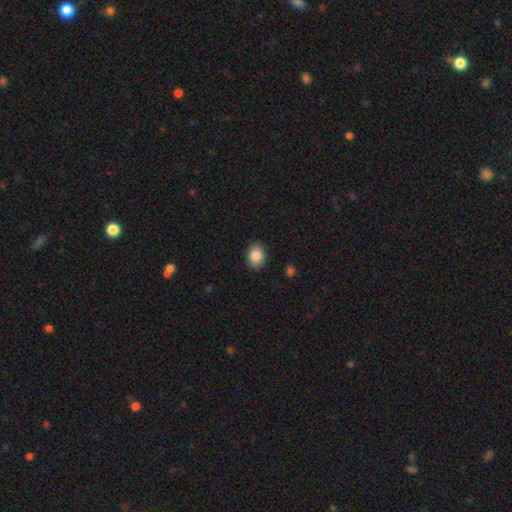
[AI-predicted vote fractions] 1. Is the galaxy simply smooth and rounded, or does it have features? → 86% smooth, 8% star or artifact, 6% featured or disk.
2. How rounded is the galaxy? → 64% in between, 35% round, 1% cigar-shaped.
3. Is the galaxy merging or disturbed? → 90% none, 7% minor disturbance, 2% major disturbance, 1% merger.